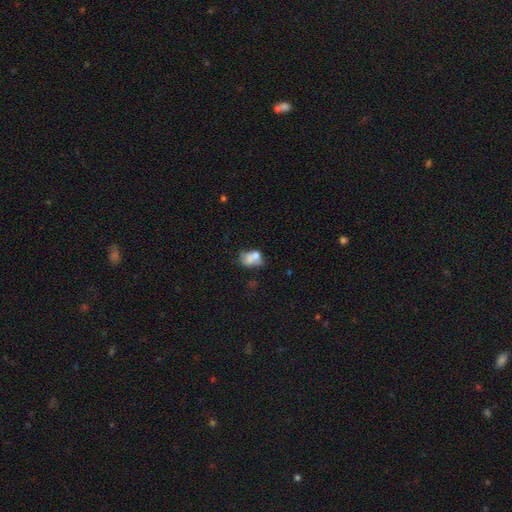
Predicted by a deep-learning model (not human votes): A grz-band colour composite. It shows a smooth galaxy with no disk features (60%) that is in between round and cigar-shaped (70%). Merging: merger (49%).